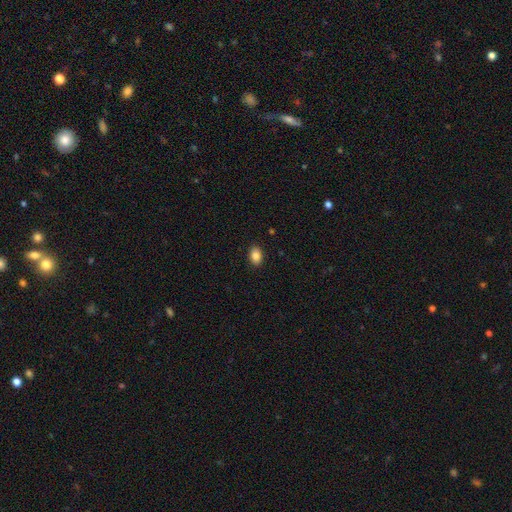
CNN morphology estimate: Smooth or featured? Predicted: smooth (p=0.87). How rounded? Predicted: in between (p=0.81). Merging? Predicted: none (p=0.89).